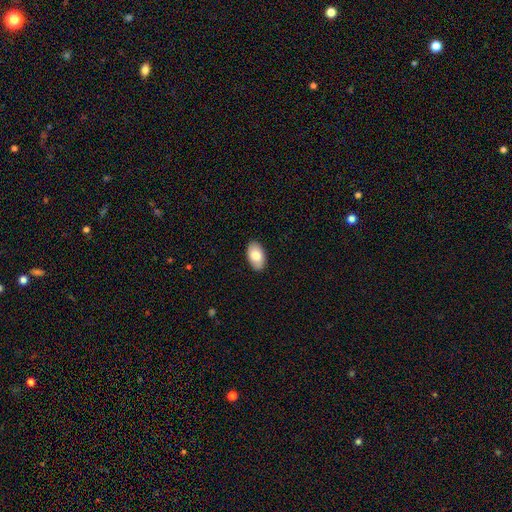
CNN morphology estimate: Smooth or featured: smooth — 81% (featured or disk — 13%)
How rounded: in between — 95% (round — 4%)
Merging: none — 89% (minor disturbance — 8%)